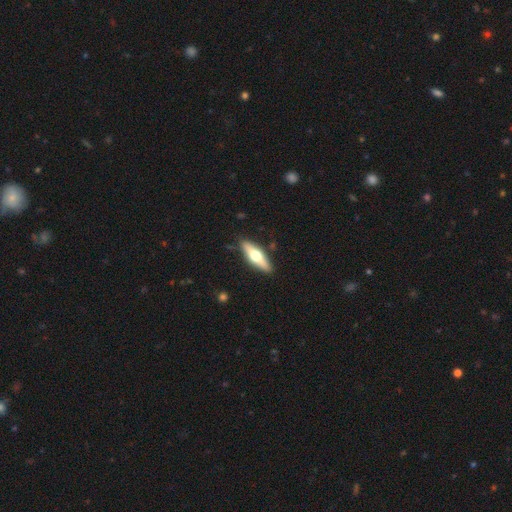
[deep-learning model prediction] Smooth or featured? Predicted: featured or disk (p=0.50). Merging? Predicted: none (p=0.88).